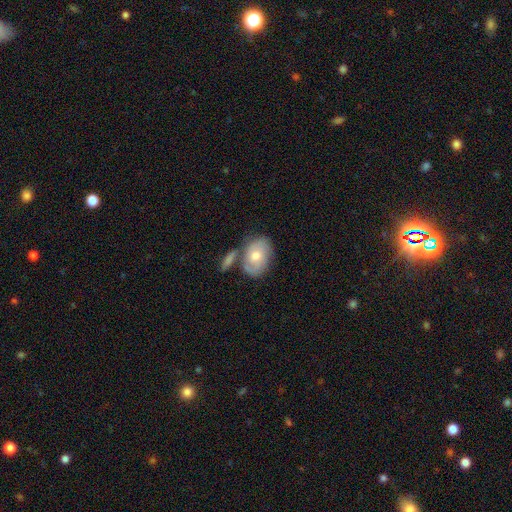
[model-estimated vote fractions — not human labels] smooth-or-featured: smooth: 48% | featured or disk: 45% | star or artifact: 7%
  merging: none: 52% | merger: 24% | minor disturbance: 18% | major disturbance: 6%